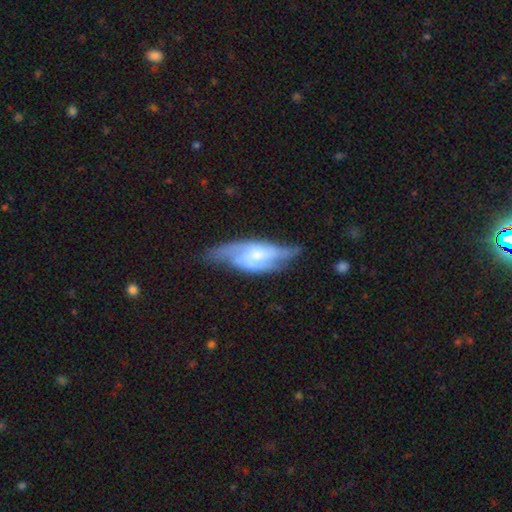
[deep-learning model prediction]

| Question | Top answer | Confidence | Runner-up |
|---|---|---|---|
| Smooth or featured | featured or disk | 75% | smooth (19%) |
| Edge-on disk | no | 83% | yes (17%) |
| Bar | no | 52% | weak (36%) |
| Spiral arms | yes | 92% | no (8%) |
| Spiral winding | medium | 46% | loose (31%) |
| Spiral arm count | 2 | 67% | can't tell (14%) |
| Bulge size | moderate | 39% | small (38%) |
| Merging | none | 59% | minor disturbance (27%) |